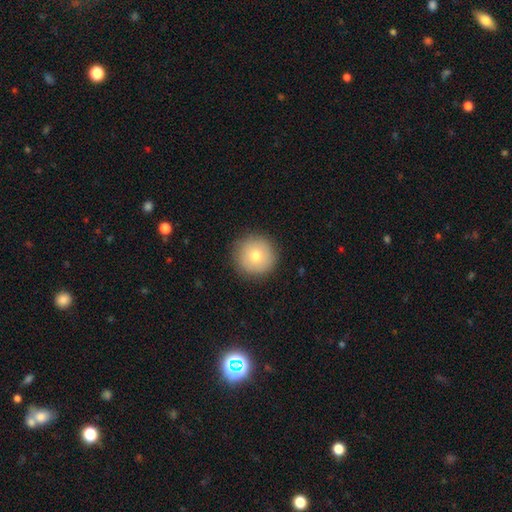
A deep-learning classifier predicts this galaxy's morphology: Smooth or featured?
  - smooth: 76% *
  - featured or disk: 14%
  - star or artifact: 10%
How rounded?
  - round: 96% *
  - in between: 3%
  - cigar-shaped: 1%
Merging?
  - none: 91% *
  - minor disturbance: 6%
  - major disturbance: 2%
  - merger: 1%